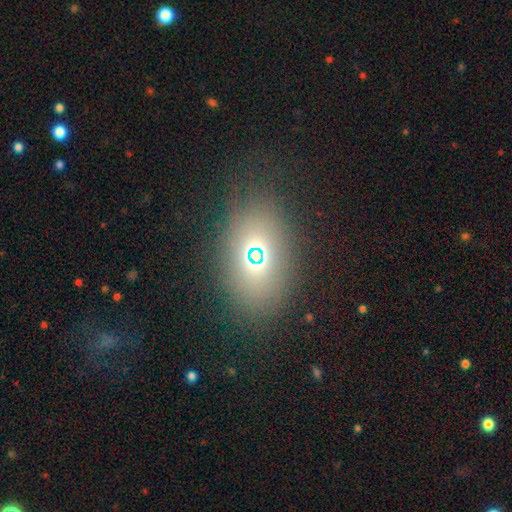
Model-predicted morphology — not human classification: smooth-or-featured: smooth: 55% | star or artifact: 26% | featured or disk: 19%
  how-rounded: in between: 72% | round: 25% | cigar-shaped: 2%
  merging: none: 81% | minor disturbance: 11% | major disturbance: 6% | merger: 2%